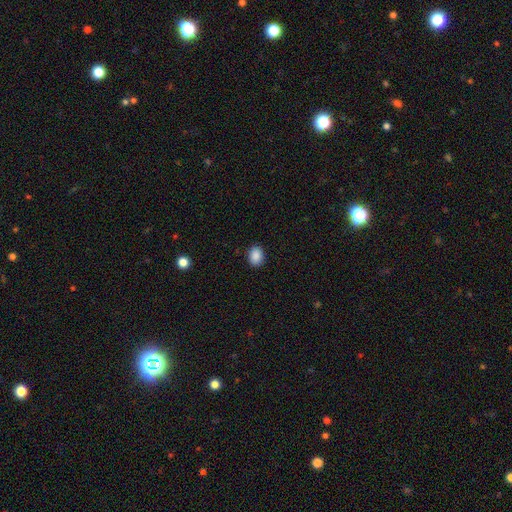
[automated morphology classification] A smooth galaxy with no disk features (89%) that is in between round and cigar-shaped (61%).

Vote fractions:
- Smooth or featured? smooth: 89% / star or artifact: 8% / featured or disk: 3%
- How rounded? in between: 61% / round: 38% / cigar-shaped: 1%
- Merging? none: 89% / minor disturbance: 8% / major disturbance: 2% / merger: 1%